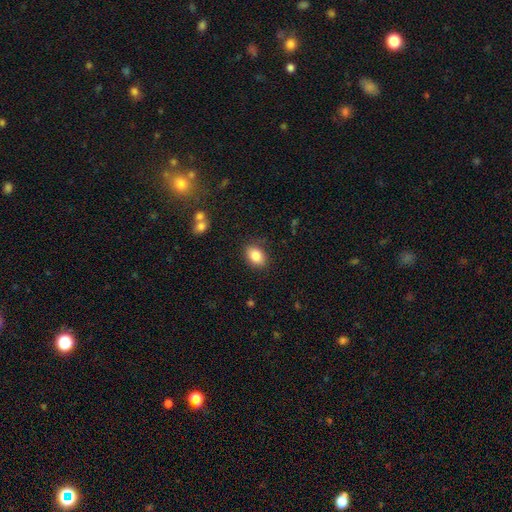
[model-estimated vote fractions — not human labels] smooth-or-featured: smooth: 85% | star or artifact: 8% | featured or disk: 6%
  how-rounded: in between: 78% | round: 21% | cigar-shaped: 1%
  merging: none: 85% | minor disturbance: 10% | major disturbance: 3% | merger: 2%